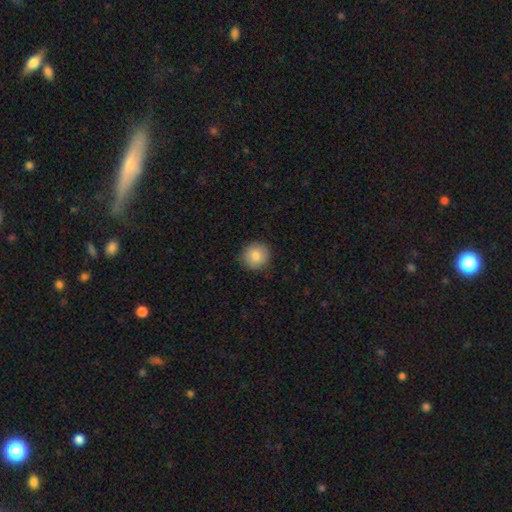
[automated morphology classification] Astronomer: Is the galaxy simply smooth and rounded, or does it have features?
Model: smooth — 85%.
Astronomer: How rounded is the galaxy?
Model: round — 91%.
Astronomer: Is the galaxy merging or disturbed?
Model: none — 89%.